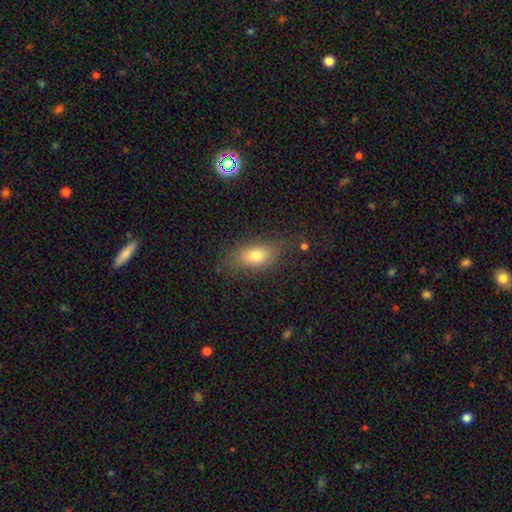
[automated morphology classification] smooth_or_featured: smooth (p=0.75) [alt: featured or disk p=0.15]
how_rounded: in between (p=0.81) [alt: round p=0.10]
merging: none (p=0.71) [alt: minor disturbance p=0.19]